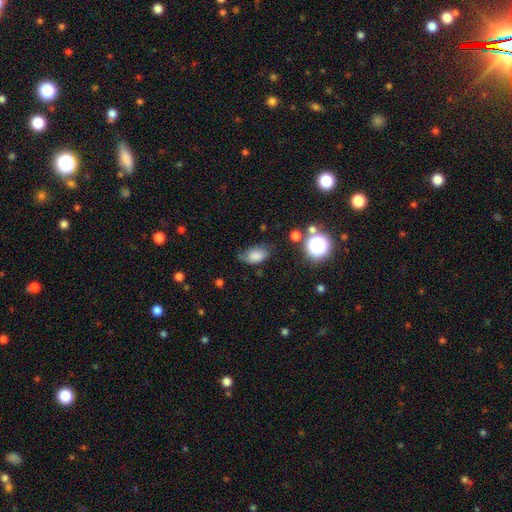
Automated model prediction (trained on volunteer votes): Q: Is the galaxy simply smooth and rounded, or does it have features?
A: smooth — 76%.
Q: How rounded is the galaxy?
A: in between — 87%.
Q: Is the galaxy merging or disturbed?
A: none — 58%.